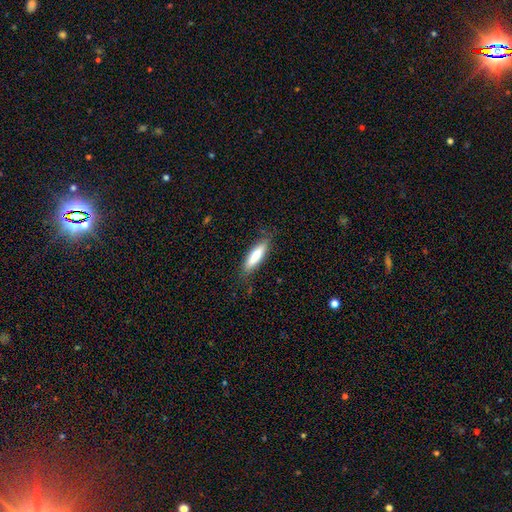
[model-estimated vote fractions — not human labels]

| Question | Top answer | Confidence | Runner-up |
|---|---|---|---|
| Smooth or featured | smooth | 75% | featured or disk (19%) |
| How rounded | cigar-shaped | 69% | in between (30%) |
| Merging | none | 80% | minor disturbance (15%) |